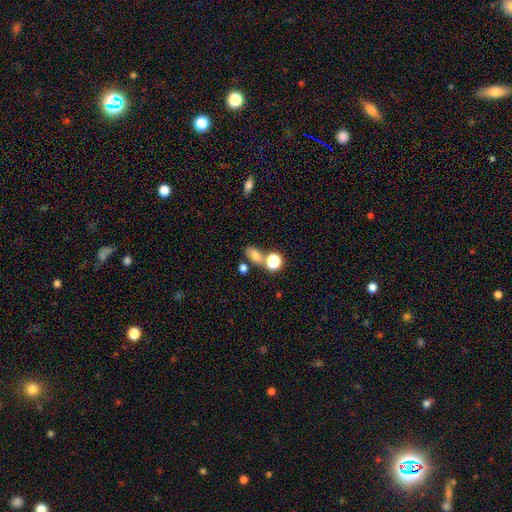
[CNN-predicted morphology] Smooth or featured: smooth — 74% (star or artifact — 17%)
How rounded: in between — 75% (round — 23%)
Merging: none — 58% (merger — 24%)